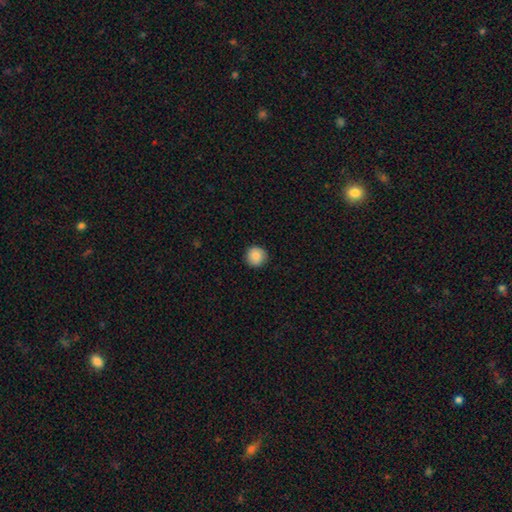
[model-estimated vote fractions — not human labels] smooth-or-featured: smooth: 87% | star or artifact: 8% | featured or disk: 5%
  how-rounded: round: 94% | in between: 5% | cigar-shaped: 1%
  merging: none: 90% | minor disturbance: 7% | major disturbance: 2% | merger: 1%